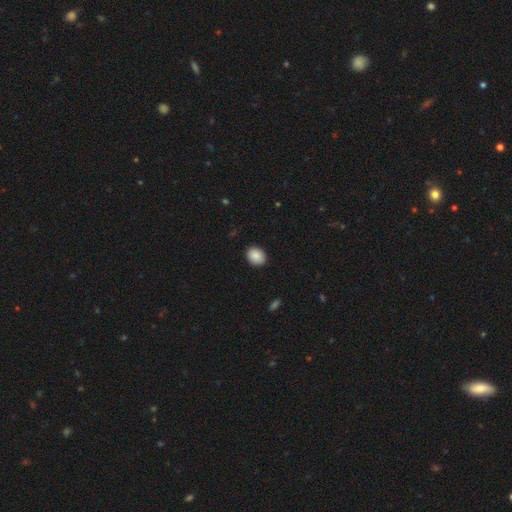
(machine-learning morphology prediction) Smooth or featured?
  - smooth: 89% *
  - star or artifact: 7%
  - featured or disk: 4%
How rounded?
  - in between: 56% *
  - round: 43%
  - cigar-shaped: 1%
Merging?
  - none: 91% *
  - minor disturbance: 7%
  - major disturbance: 2%
  - merger: 1%